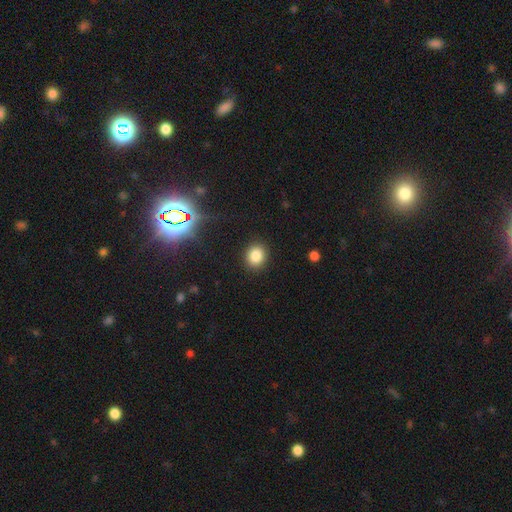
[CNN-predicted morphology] smooth-or-featured: smooth: 83% | star or artifact: 12% | featured or disk: 5%
  how-rounded: round: 73% | in between: 26% | cigar-shaped: 1%
  merging: none: 89% | minor disturbance: 7% | major disturbance: 2% | merger: 1%